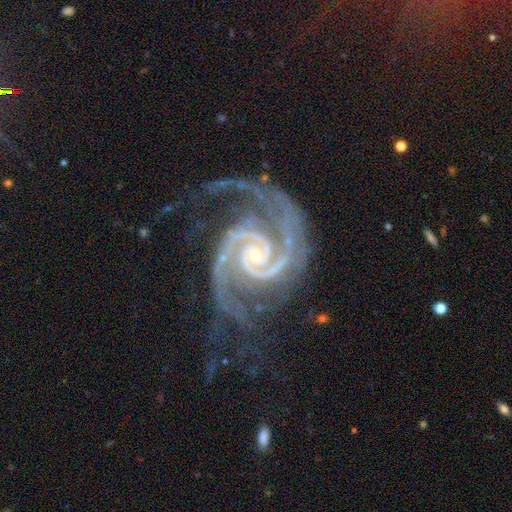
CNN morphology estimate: featured or disk 95%, star or artifact 4%, smooth 2%. Down the decision tree: edge-on disk — no (98%); bar — no (64%); spiral arms — yes (99%); spiral arm count — 2 (79%); spiral winding — tight (52%); bulge size — small (73%); merging — none (57%).